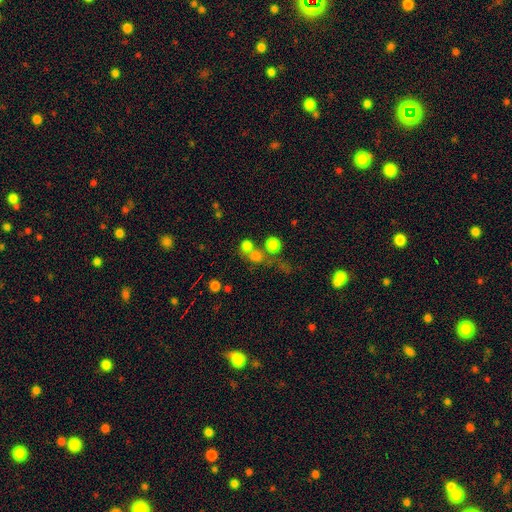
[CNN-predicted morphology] Q: Smooth or featured?
A: smooth (73%); runner-up: star or artifact (17%)
Q: How rounded?
A: round (85%); runner-up: in between (13%)
Q: Merging?
A: none (50%); runner-up: merger (36%)